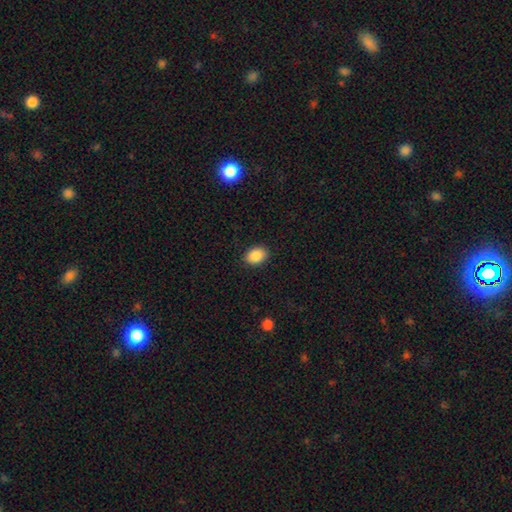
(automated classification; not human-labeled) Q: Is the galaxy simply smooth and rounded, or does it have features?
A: smooth — 89%.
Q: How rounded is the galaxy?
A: in between — 70%.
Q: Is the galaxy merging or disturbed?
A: none — 89%.